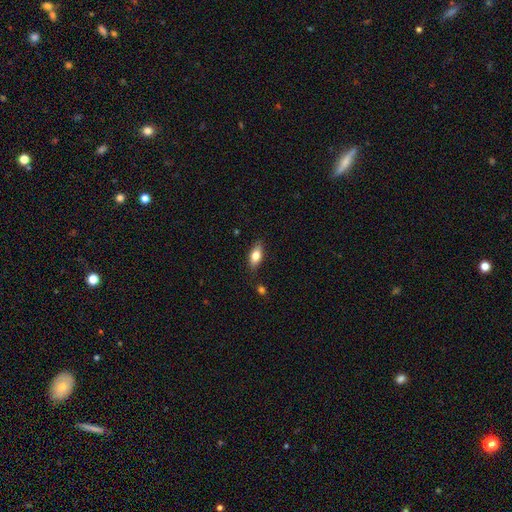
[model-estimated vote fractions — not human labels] This is likely a smooth galaxy (74%). How rounded: clearly in between (81%). Merging: clearly none (83%).